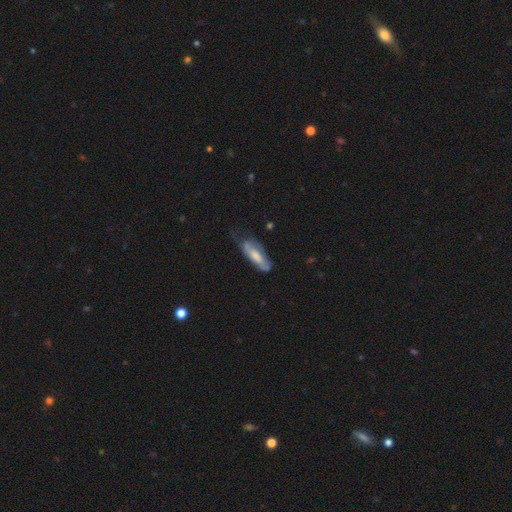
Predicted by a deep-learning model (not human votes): This is possibly a smooth galaxy (51%). How rounded: likely in between (62%). Merging: marginally none (41%).